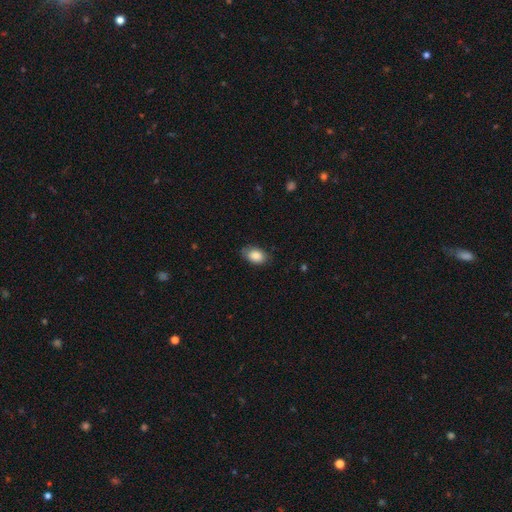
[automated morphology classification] smooth 86%, star or artifact 7%, featured or disk 7%. Down the decision tree: how rounded — in between (88%); merging — none (78%).